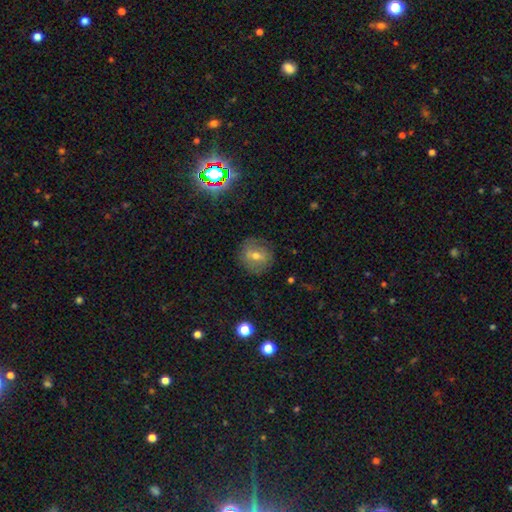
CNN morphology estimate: This is possibly a smooth galaxy (51%). How rounded: clearly round (82%). Merging: likely none (79%).